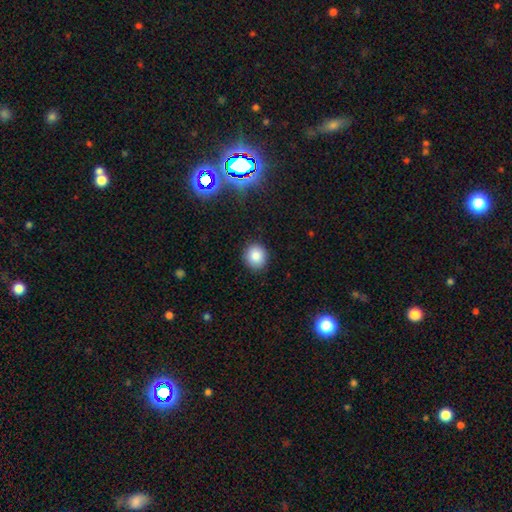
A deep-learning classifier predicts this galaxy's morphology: smooth-or-featured: smooth: 85% | star or artifact: 10% | featured or disk: 5%
  how-rounded: round: 87% | in between: 12% | cigar-shaped: 1%
  merging: none: 90% | minor disturbance: 7% | major disturbance: 2% | merger: 1%